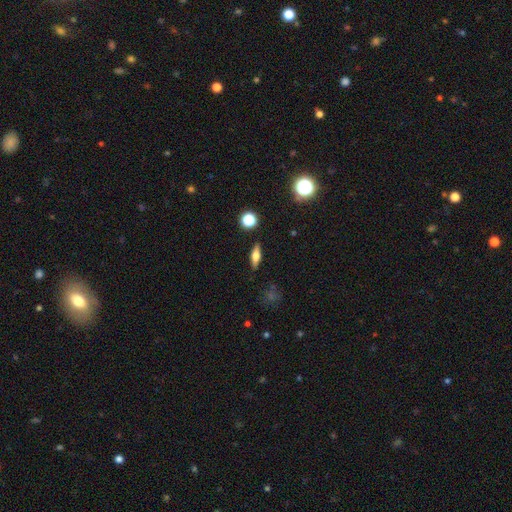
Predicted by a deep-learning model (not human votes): Overall: smooth (53%; featured or disk 37%). How rounded: in between (51%; cigar-shaped 42%). Merging: none (88%).